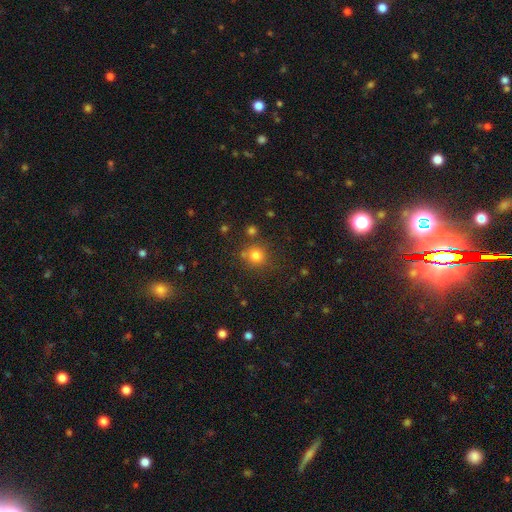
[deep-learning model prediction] Overall: smooth (78%). How rounded: round (88%). Merging: none (74%).